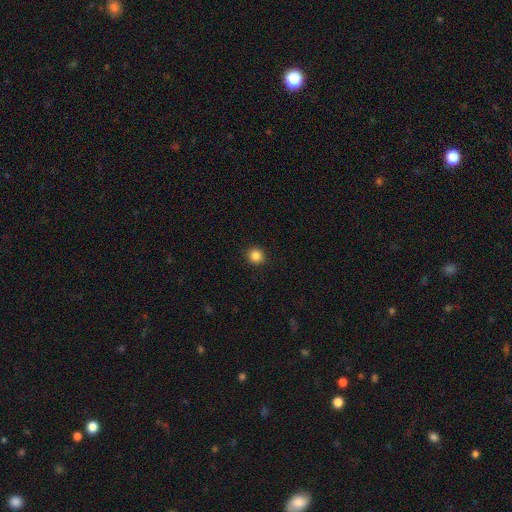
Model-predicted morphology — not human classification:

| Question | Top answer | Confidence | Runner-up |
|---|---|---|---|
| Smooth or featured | smooth | 86% | star or artifact (11%) |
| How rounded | round | 93% | in between (7%) |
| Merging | none | 93% | minor disturbance (5%) |